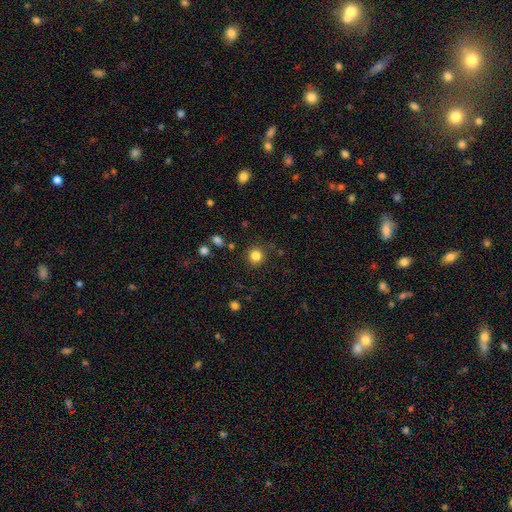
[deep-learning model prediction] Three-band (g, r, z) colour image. It shows a smooth galaxy with no disk features (83%) that is round (93%). Merging: none (87%).